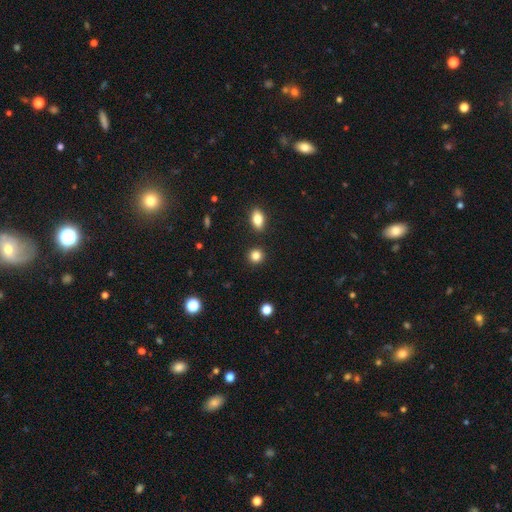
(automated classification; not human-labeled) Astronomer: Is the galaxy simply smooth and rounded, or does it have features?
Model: smooth — 85%.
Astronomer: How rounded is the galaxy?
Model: round — 88%.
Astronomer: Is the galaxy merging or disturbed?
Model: none — 90%.